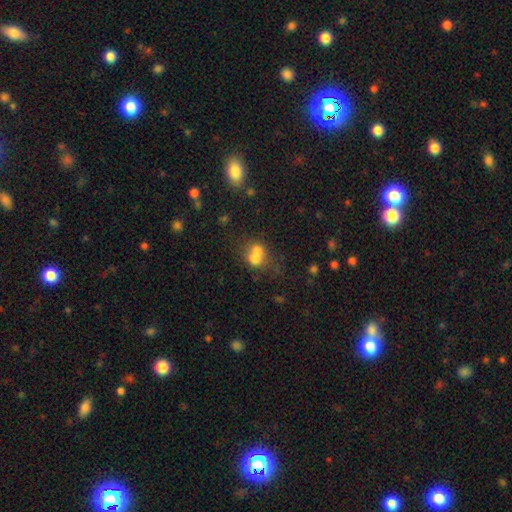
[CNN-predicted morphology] A smooth galaxy with no disk features (67%) that is round (69%).

Vote fractions:
- Smooth or featured? smooth: 67% / featured or disk: 20% / star or artifact: 13%
- How rounded? round: 69% / in between: 30% / cigar-shaped: 1%
- Merging? merger: 64% / none: 25% / minor disturbance: 7% / major disturbance: 4%